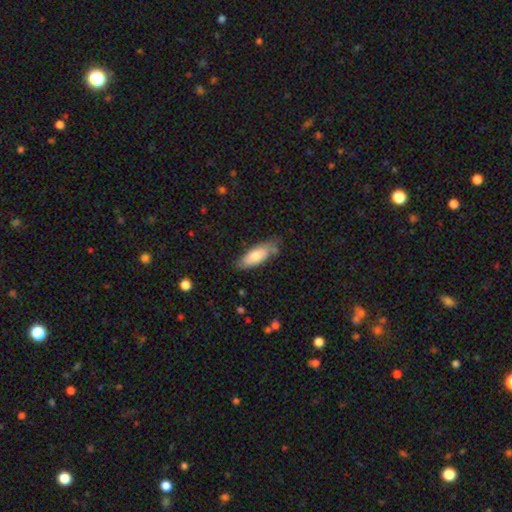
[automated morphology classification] Smooth or featured: smooth — 73% (featured or disk — 21%)
How rounded: in between — 66% (cigar-shaped — 32%)
Merging: none — 67% (minor disturbance — 25%)